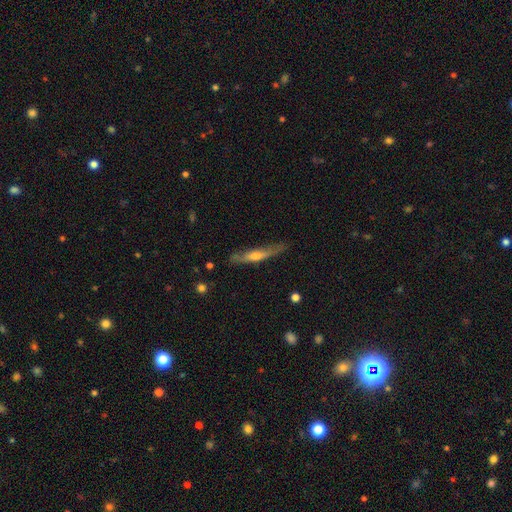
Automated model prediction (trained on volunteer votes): The model was most divided on "smooth or featured": featured or disk: 58%, smooth: 36%, star or artifact: 6%. More confident: edge-on disk — yes (89%); edge-on bulge — rounded (75%); merging — none (74%).